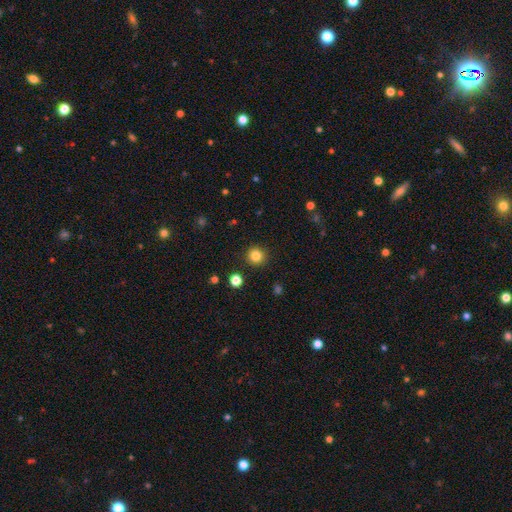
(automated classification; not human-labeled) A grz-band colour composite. It shows a smooth galaxy with no disk features (83%) that is round (94%). Merging: none (91%).